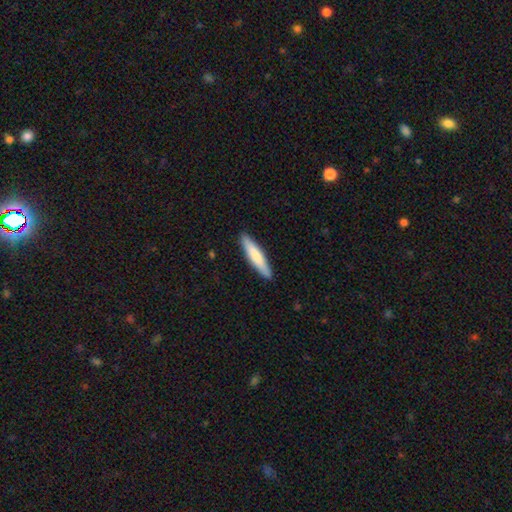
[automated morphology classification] smooth_or_featured: smooth (p=0.75) [alt: featured or disk p=0.21]
how_rounded: cigar-shaped (p=0.87) [alt: in between p=0.12]
merging: none (p=0.90) [alt: minor disturbance p=0.08]